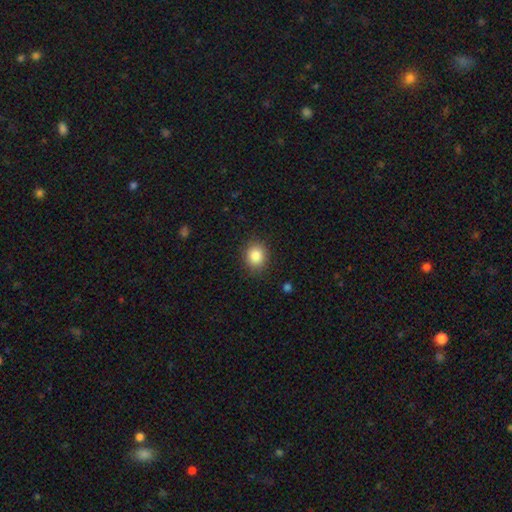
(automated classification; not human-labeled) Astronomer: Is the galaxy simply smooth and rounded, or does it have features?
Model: smooth — 86%.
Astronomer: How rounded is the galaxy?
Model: round — 76%.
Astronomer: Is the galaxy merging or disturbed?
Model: none — 88%.